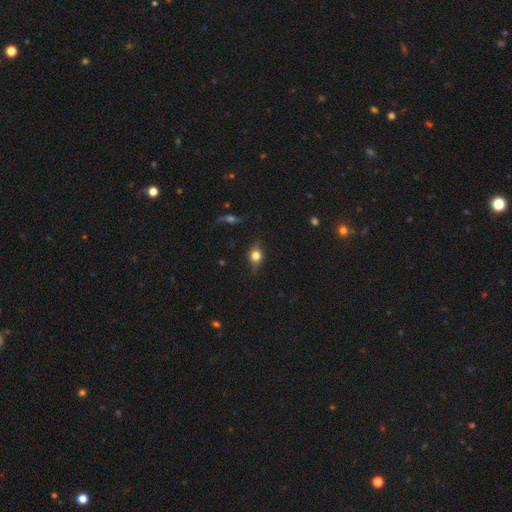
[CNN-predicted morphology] Smooth or featured? Predicted: smooth (p=0.60). How rounded? Predicted: round (p=0.48). Merging? Predicted: none (p=0.74).